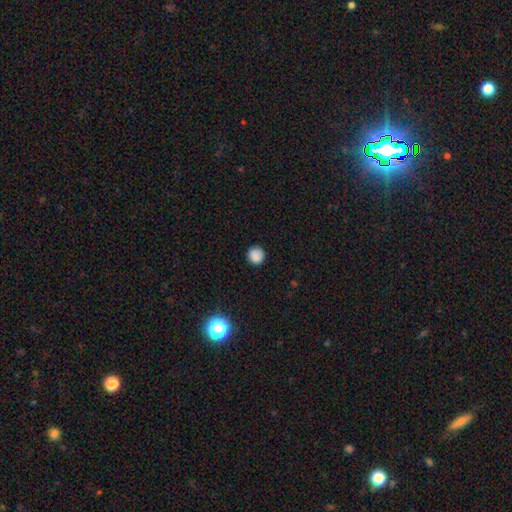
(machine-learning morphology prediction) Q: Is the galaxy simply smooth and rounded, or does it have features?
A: smooth — 85%.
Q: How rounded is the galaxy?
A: round — 92%.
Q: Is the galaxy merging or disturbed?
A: none — 88%.